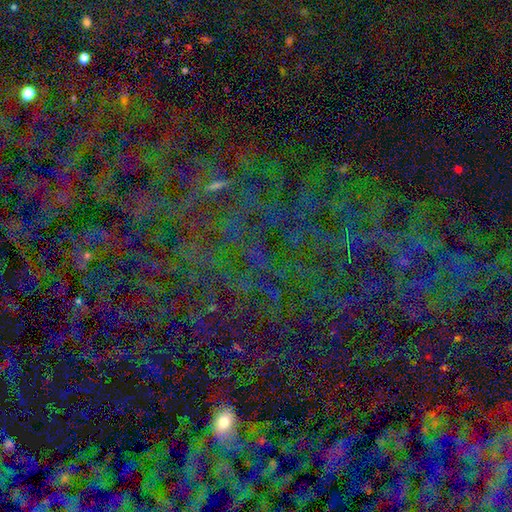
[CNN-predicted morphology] A star or artifact, not a galaxy (75%).